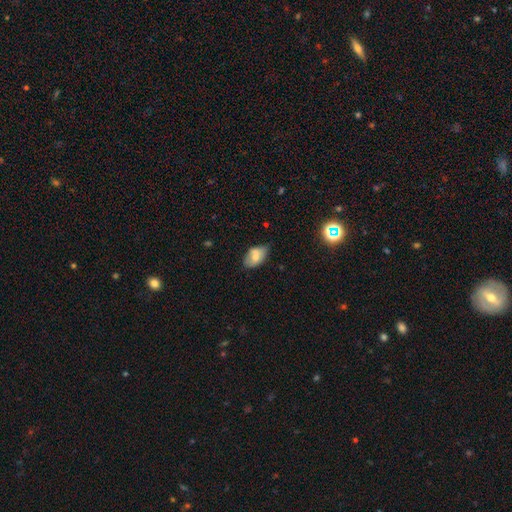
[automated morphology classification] smooth 65%, featured or disk 25%, star or artifact 9%. Down the decision tree: how rounded — in between (91%); merging — none (56%).